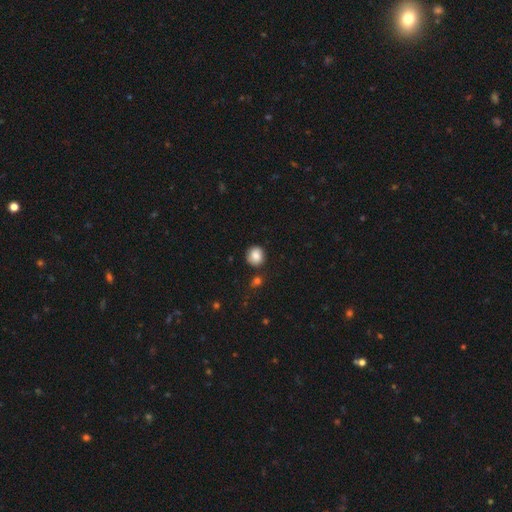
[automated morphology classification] Q: Smooth or featured?
A: smooth (85%); runner-up: star or artifact (9%)
Q: How rounded?
A: round (87%); runner-up: in between (12%)
Q: Merging?
A: none (82%); runner-up: minor disturbance (10%)